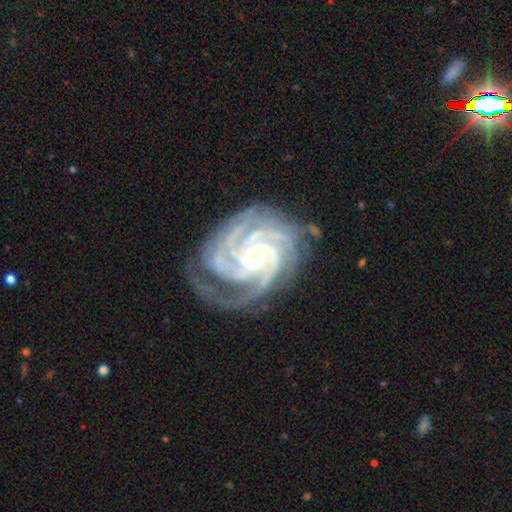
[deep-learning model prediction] This is clearly a featured or disk galaxy (93%). It is clearly not viewed edge-on (98%). Bar: possibly no (60%). Spiral arm pattern: clearly yes (99%). Spiral arm count: marginally 4 (42%). Spiral winding: likely tight (76%). Central bulge: likely small (64%). Merging: likely none (76%).